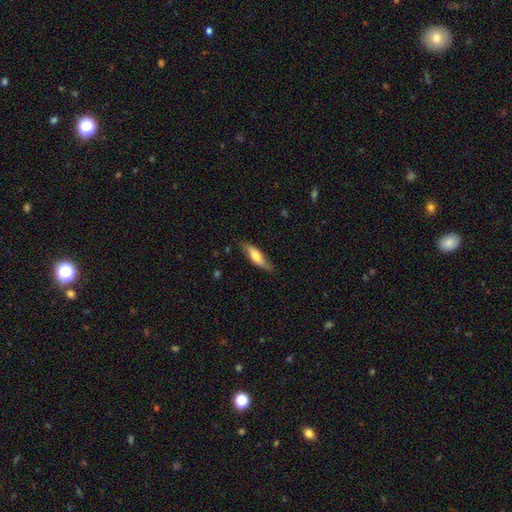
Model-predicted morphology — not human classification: Q: Smooth or featured?
A: smooth (58%); runner-up: featured or disk (36%)
Q: How rounded?
A: cigar-shaped (55%); runner-up: in between (43%)
Q: Merging?
A: none (73%); runner-up: minor disturbance (21%)